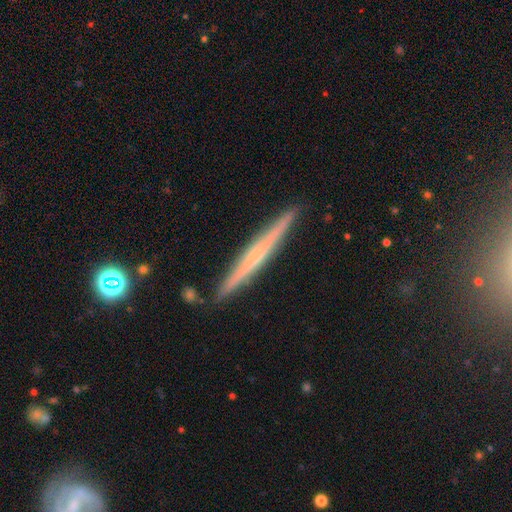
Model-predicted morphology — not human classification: Smooth or featured? Predicted: featured or disk (p=0.64). Edge-on disk? Predicted: yes (p=0.97). Edge-on bulge? Predicted: none (p=0.54). Merging? Predicted: none (p=0.90).